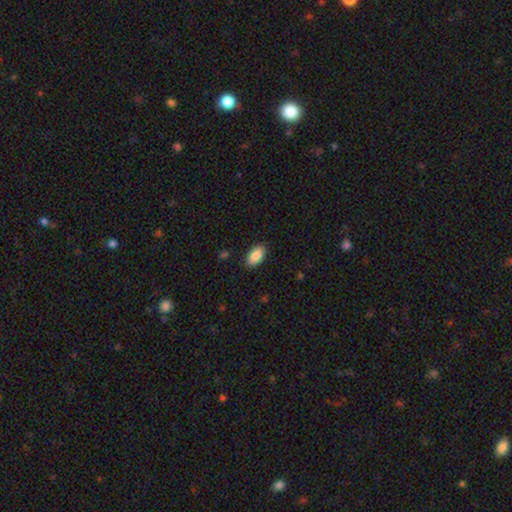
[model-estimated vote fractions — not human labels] smooth-or-featured: smooth: 88% | star or artifact: 7% | featured or disk: 6%
  how-rounded: in between: 94% | round: 3% | cigar-shaped: 3%
  merging: none: 89% | minor disturbance: 8% | major disturbance: 2% | merger: 1%